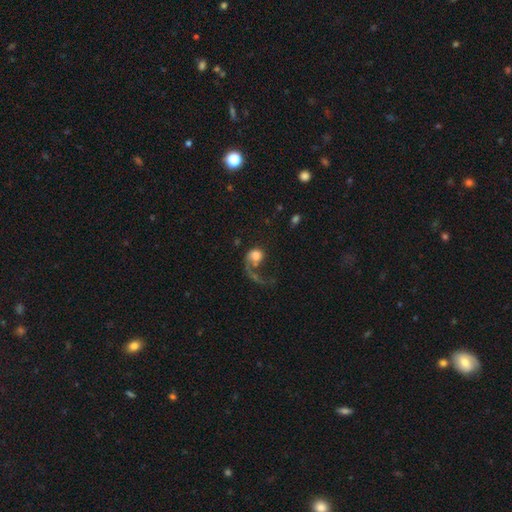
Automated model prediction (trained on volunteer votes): Overall: featured or disk (48%; smooth 43%). Merging: major disturbance (55%; none 23%).